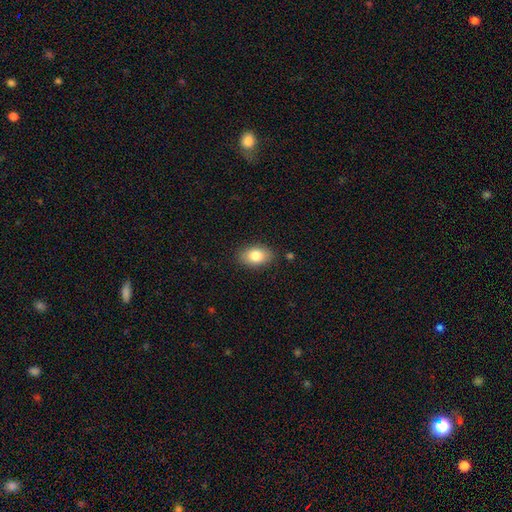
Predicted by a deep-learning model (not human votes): smooth-or-featured: smooth: 82% | featured or disk: 10% | star or artifact: 8%
  how-rounded: in between: 86% | round: 12% | cigar-shaped: 1%
  merging: none: 86% | minor disturbance: 10% | major disturbance: 2% | merger: 1%